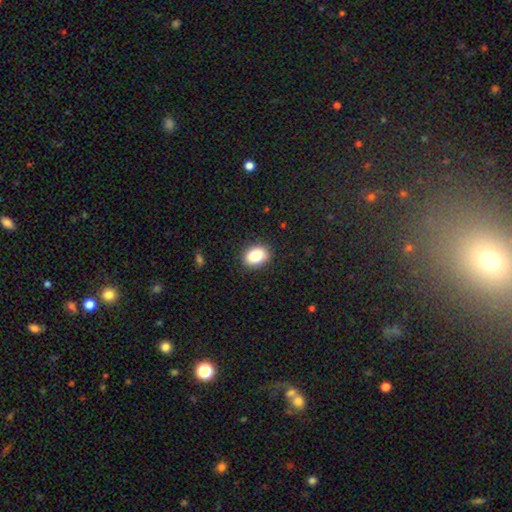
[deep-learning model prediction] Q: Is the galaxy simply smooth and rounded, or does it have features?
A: smooth — 85%.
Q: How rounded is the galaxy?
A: in between — 72%.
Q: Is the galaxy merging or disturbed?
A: none — 88%.